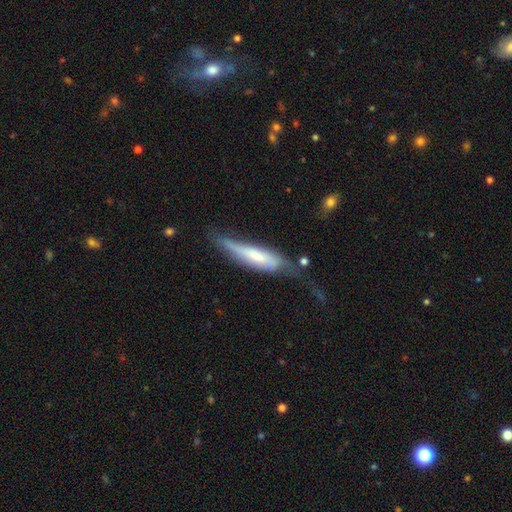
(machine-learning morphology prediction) Smooth or featured?
  - smooth: 47% *
  - featured or disk: 46%
  - star or artifact: 7%
Merging?
  - minor disturbance: 32% * (tied)
  - major disturbance: 32% * (tied)
  - none: 31%
  - merger: 5%